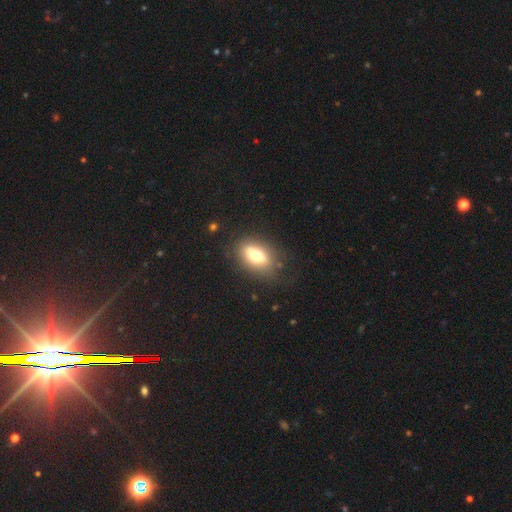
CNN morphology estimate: smooth_or_featured: smooth (p=0.70) [alt: featured or disk p=0.21]
how_rounded: in between (p=0.84) [alt: round p=0.09]
merging: none (p=0.78) [alt: minor disturbance p=0.14]